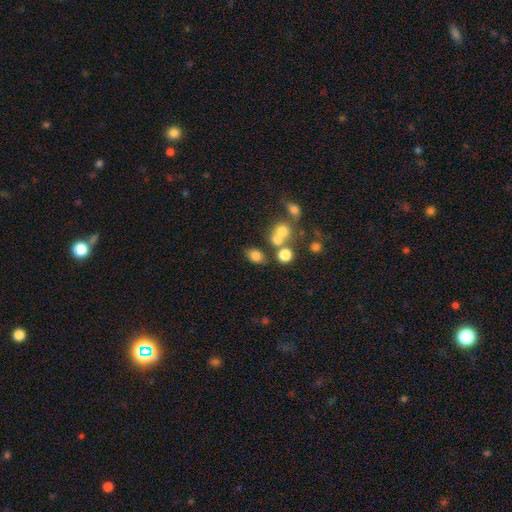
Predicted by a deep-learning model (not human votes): smooth 76%, star or artifact 14%, featured or disk 10%. Down the decision tree: how rounded — in between (69%); merging — none (63%).